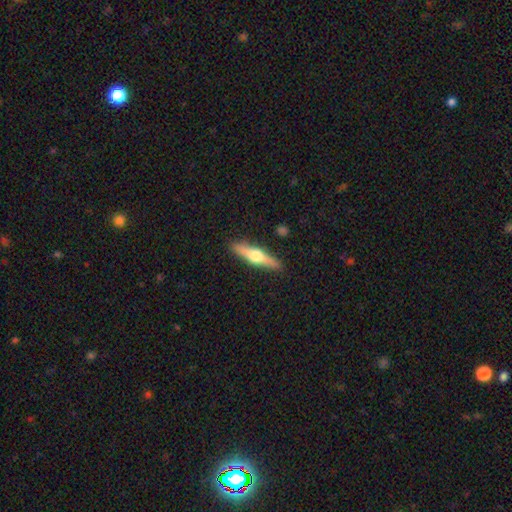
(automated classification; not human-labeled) Smooth or featured? Predicted: featured or disk (p=0.64). Edge-on disk? Predicted: yes (p=0.96). Edge-on bulge? Predicted: rounded (p=0.95). Merging? Predicted: none (p=0.90).